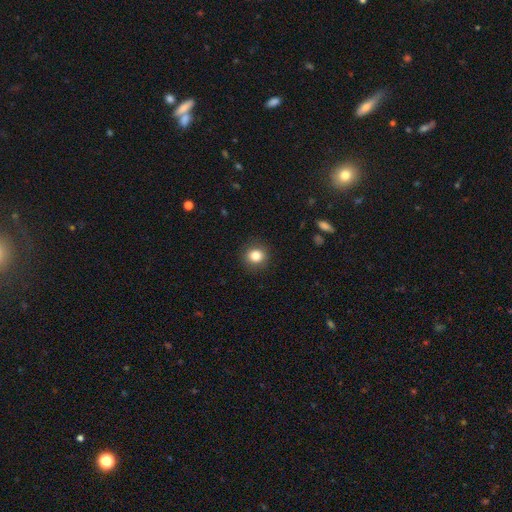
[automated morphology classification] This is clearly a smooth galaxy (83%). How rounded: clearly round (87%). Merging: clearly none (90%).